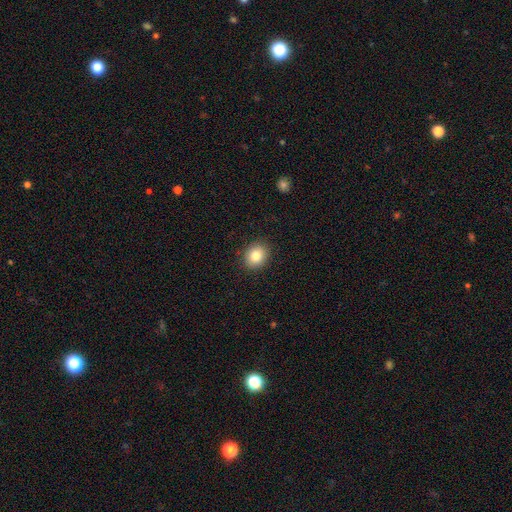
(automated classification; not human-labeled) Overall: smooth (82%). How rounded: round (62%; in between 37%). Merging: none (90%).